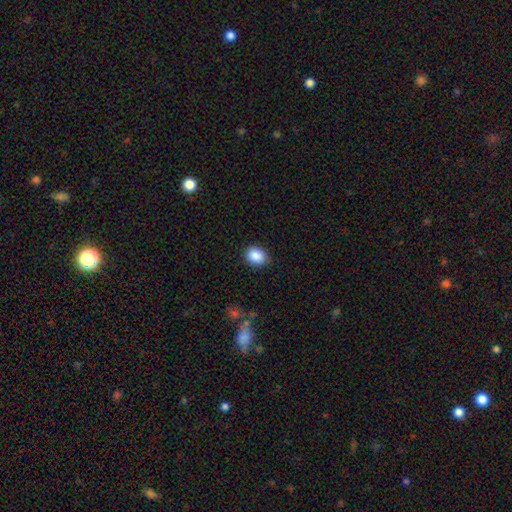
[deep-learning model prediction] The model was most divided on "how rounded": in between: 57%, round: 42%, cigar-shaped: 1%. More confident: smooth or featured — smooth (88%); merging — none (82%).